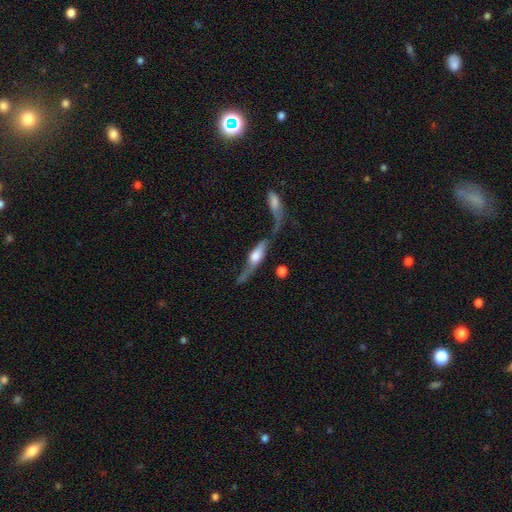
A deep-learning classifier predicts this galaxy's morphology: A featured or disk galaxy (65%) viewed edge-on (74%). Merging: merger (44%).